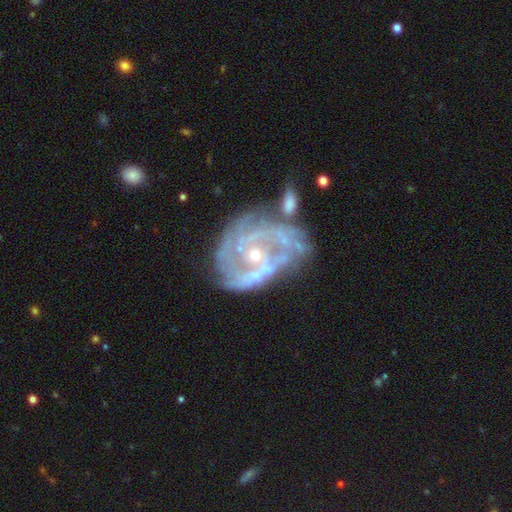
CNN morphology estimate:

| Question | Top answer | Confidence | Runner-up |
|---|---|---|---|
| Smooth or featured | featured or disk | 86% | smooth (7%) |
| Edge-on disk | no | 98% | yes (2%) |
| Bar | no | 71% | weak (22%) |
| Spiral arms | yes | 87% | no (13%) |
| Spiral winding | tight | 55% | medium (35%) |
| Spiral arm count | can't tell | 31% | 2 (28%) |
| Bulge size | small | 68% | moderate (26%) |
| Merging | none | 42% | minor disturbance (22%) |